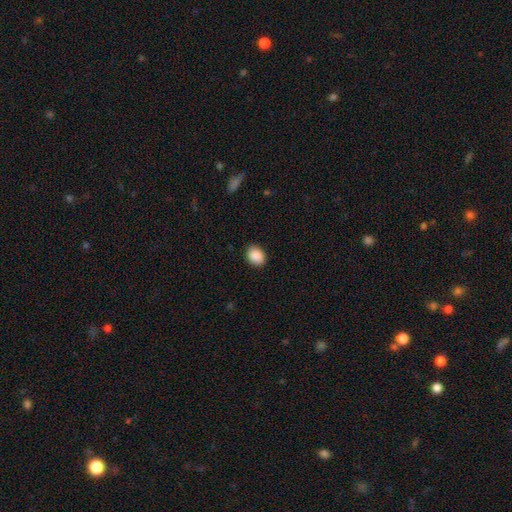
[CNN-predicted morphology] smooth_or_featured: smooth (p=0.89) [alt: star or artifact p=0.07]
how_rounded: in between (p=0.61) [alt: round p=0.38]
merging: none (p=0.88) [alt: minor disturbance p=0.09]